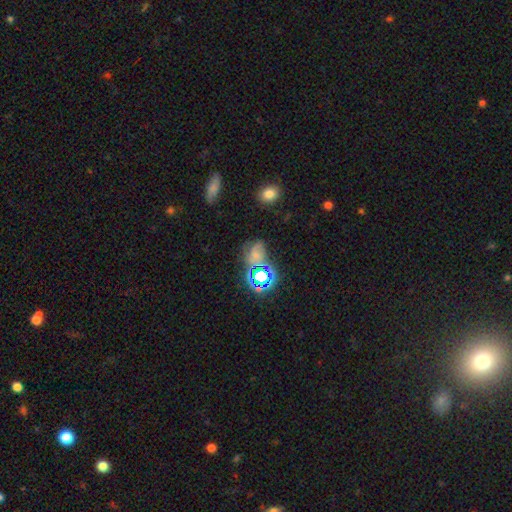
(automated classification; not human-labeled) smooth-or-featured: star or artifact: 44% | smooth: 33% | featured or disk: 23%